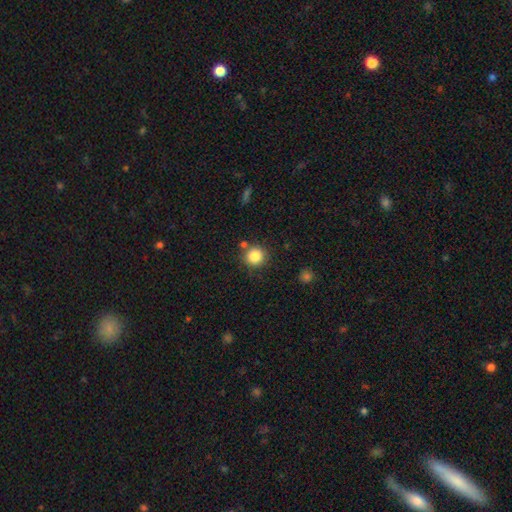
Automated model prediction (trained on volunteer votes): This appears to be a smooth galaxy with no disk features (84%) that is round (92%). Merging: none (80%).